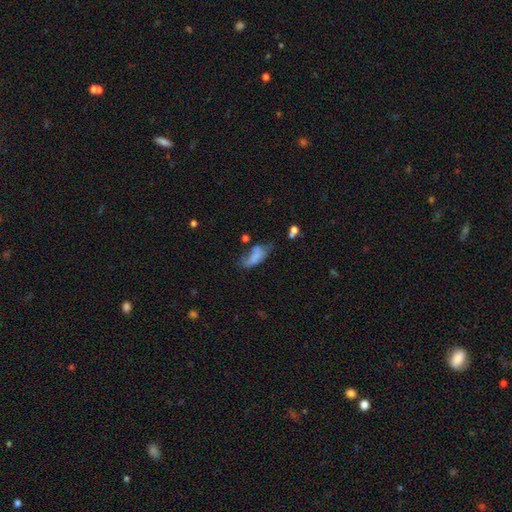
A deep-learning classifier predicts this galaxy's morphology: Smooth or featured? smooth (65%)
How rounded? in between (86%)
Merging? major disturbance (35%)